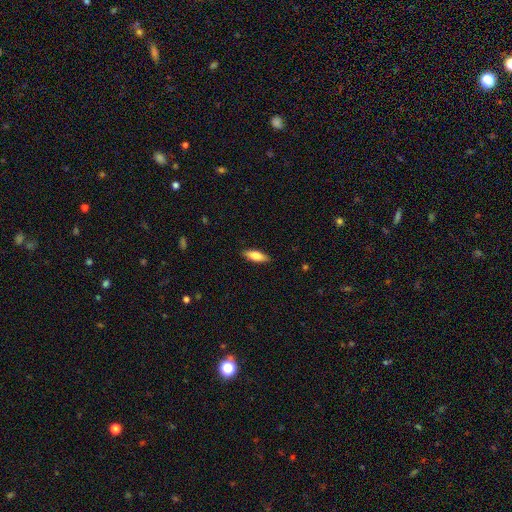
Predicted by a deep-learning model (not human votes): Smooth or featured? Predicted: smooth (p=0.76). How rounded? Predicted: in between (p=0.63). Merging? Predicted: none (p=0.89).